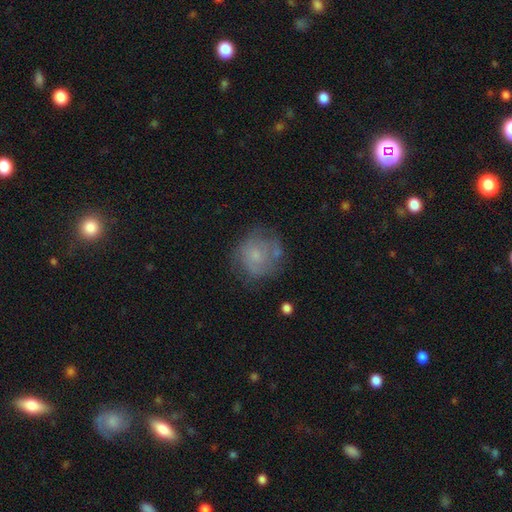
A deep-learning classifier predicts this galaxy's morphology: Q: Smooth or featured?
A: featured or disk (48%); runner-up: smooth (42%)
Q: Merging?
A: none (61%); runner-up: minor disturbance (22%)